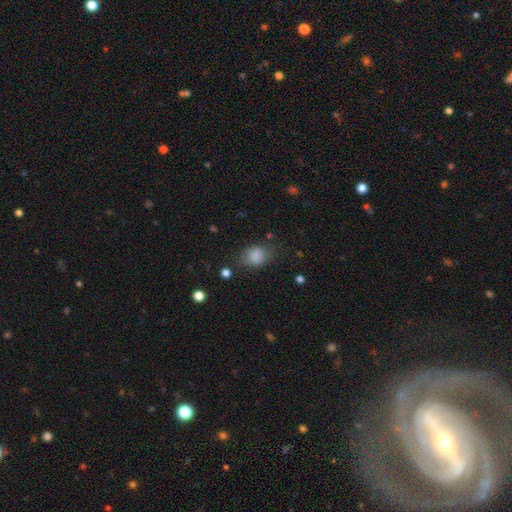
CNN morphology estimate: smooth_or_featured: smooth (p=0.83) [alt: star or artifact p=0.09]
how_rounded: in between (p=0.63) [alt: round p=0.36]
merging: none (p=0.65) [alt: minor disturbance p=0.23]